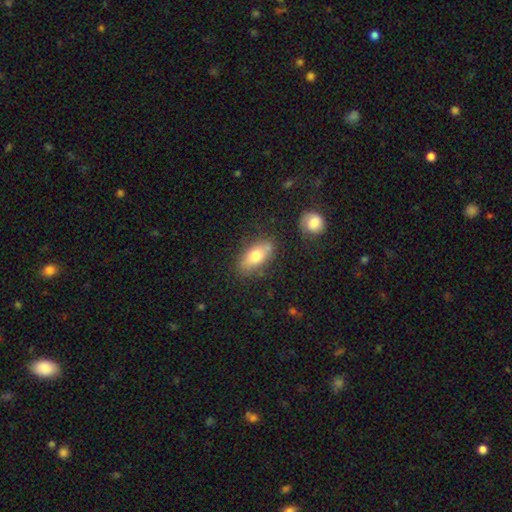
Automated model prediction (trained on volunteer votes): Smooth or featured? Predicted: smooth (p=0.72). How rounded? Predicted: in between (p=0.85). Merging? Predicted: none (p=0.75).